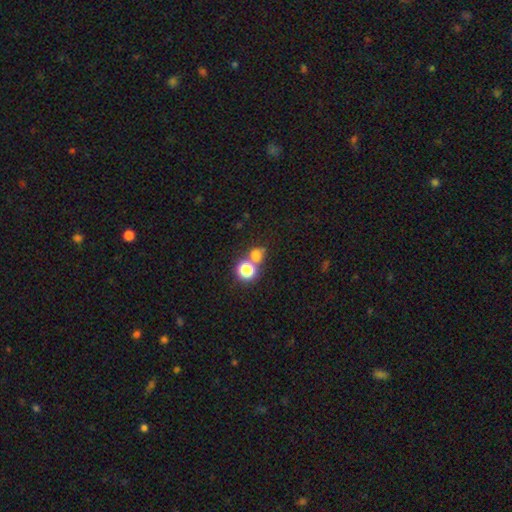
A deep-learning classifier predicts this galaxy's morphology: Q: Smooth or featured?
A: smooth (66%); runner-up: star or artifact (26%)
Q: How rounded?
A: round (74%); runner-up: in between (25%)
Q: Merging?
A: none (51%); runner-up: merger (34%)